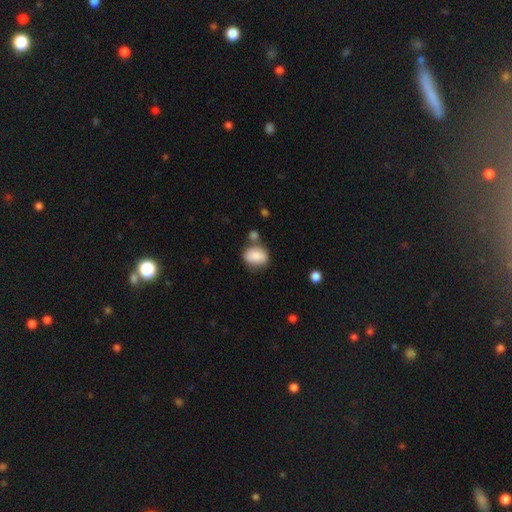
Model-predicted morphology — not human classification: This is clearly a smooth galaxy (82%). How rounded: possibly in between (58%). Merging: likely none (62%).